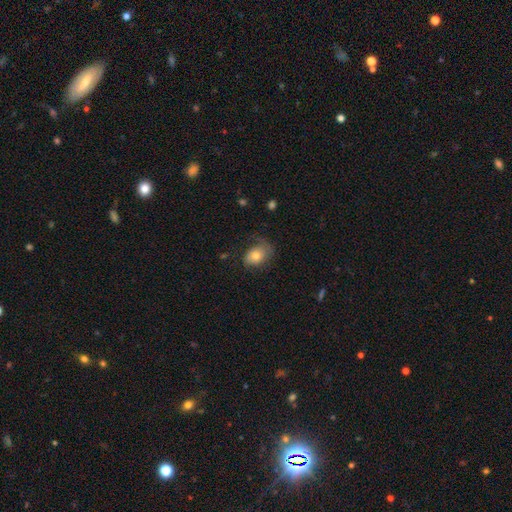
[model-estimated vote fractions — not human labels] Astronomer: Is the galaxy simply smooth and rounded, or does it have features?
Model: smooth — 69%.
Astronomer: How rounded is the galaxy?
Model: in between — 75%.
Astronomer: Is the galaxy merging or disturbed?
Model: none — 54%.